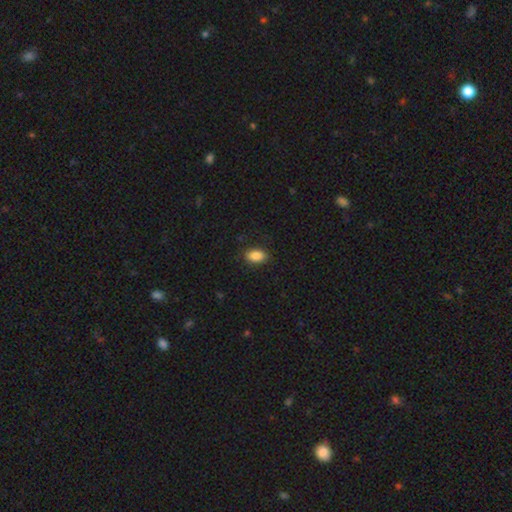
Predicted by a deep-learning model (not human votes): Smooth or featured?
  - smooth: 88% *
  - star or artifact: 8%
  - featured or disk: 4%
How rounded?
  - in between: 90% *
  - round: 7%
  - cigar-shaped: 3%
Merging?
  - none: 86% *
  - minor disturbance: 10%
  - major disturbance: 3%
  - merger: 1%